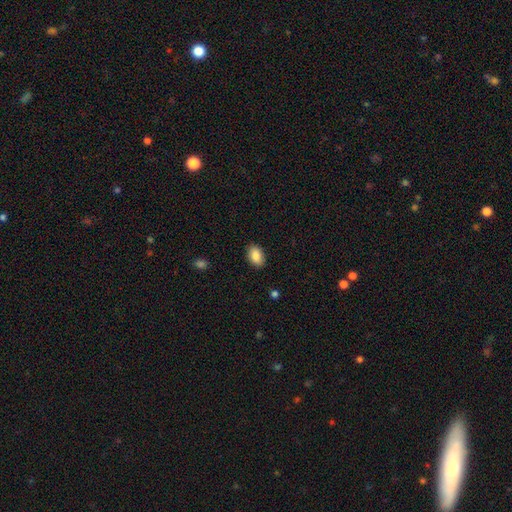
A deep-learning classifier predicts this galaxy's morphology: Q: Smooth or featured?
A: smooth (88%); runner-up: star or artifact (7%)
Q: How rounded?
A: in between (89%); runner-up: round (10%)
Q: Merging?
A: none (88%); runner-up: minor disturbance (9%)